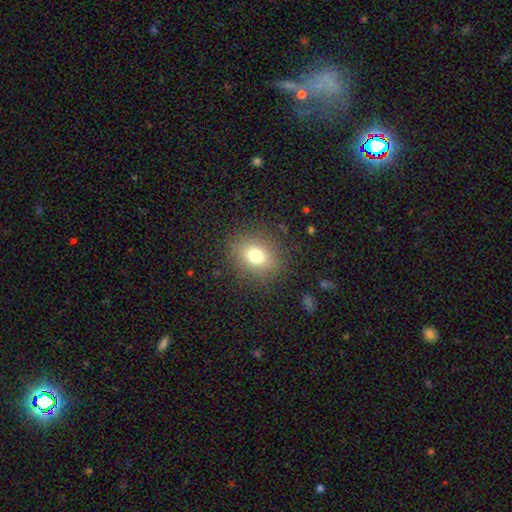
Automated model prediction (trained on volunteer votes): Smooth or featured: smooth — 75% (star or artifact — 14%)
How rounded: round — 60% (in between — 39%)
Merging: none — 85% (minor disturbance — 9%)